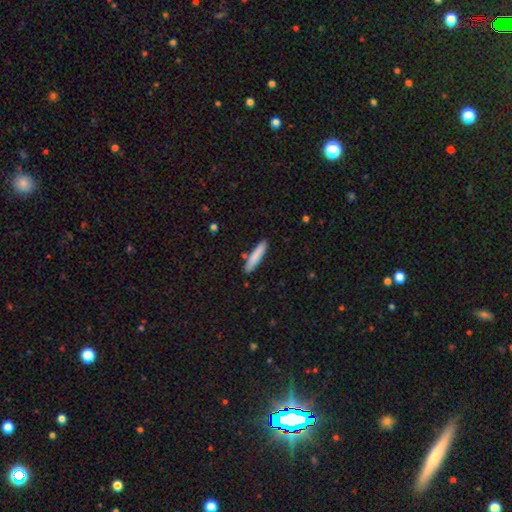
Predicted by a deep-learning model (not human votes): smooth-or-featured: smooth: 83% | featured or disk: 11% | star or artifact: 6%
  how-rounded: cigar-shaped: 87% | in between: 12% | round: 1%
  merging: none: 86% | minor disturbance: 9% | merger: 3% | major disturbance: 2%